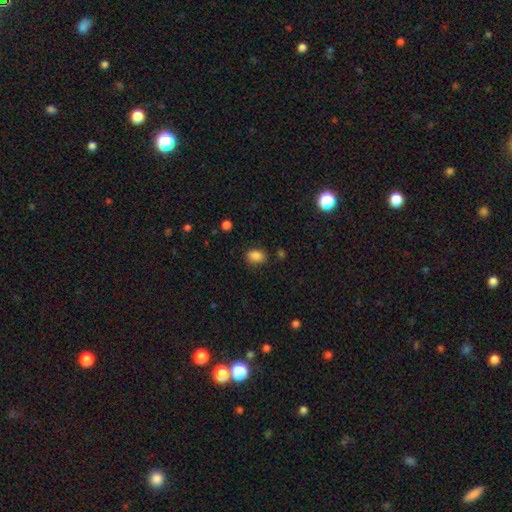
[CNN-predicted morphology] The model was most divided on "how rounded": in between: 74%, round: 25%, cigar-shaped: 1%. More confident: smooth or featured — smooth (85%); merging — none (78%).